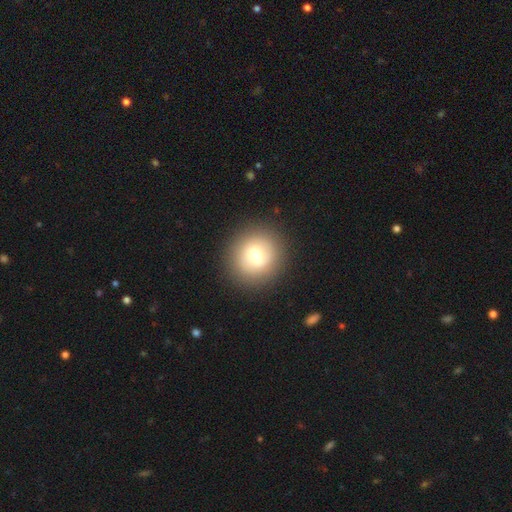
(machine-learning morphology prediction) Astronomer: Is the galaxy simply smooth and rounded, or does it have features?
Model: smooth — 59%.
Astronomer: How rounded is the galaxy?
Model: round — 90%.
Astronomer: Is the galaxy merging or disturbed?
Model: none — 88%.